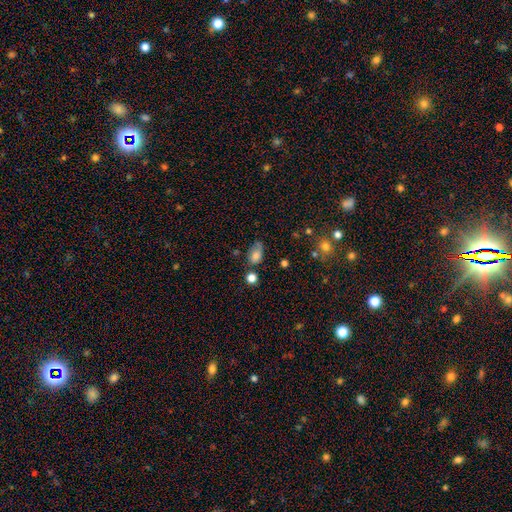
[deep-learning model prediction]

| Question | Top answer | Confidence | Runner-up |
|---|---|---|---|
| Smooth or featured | smooth | 76% | featured or disk (14%) |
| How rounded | in between | 85% | round (12%) |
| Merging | none | 46% | minor disturbance (34%) |